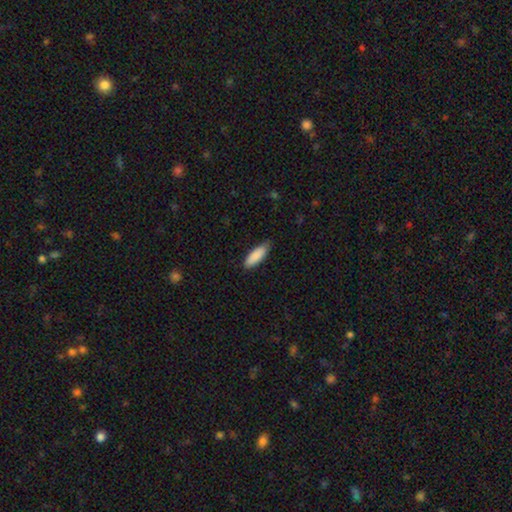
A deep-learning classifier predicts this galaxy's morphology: This appears to be a smooth galaxy with no disk features (89%) that is in between round and cigar-shaped (62%). Merging: none (80%).